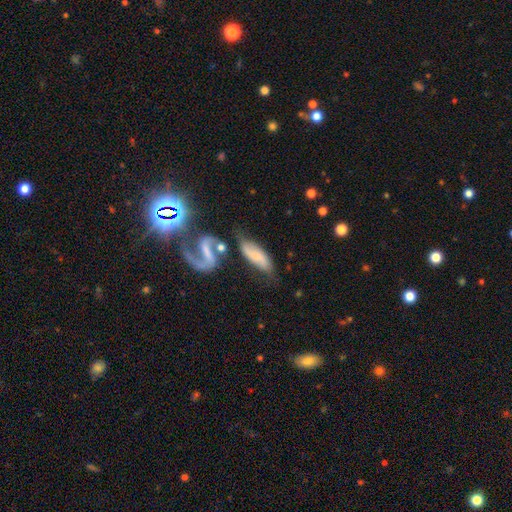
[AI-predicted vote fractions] smooth_or_featured: smooth (p=0.50) [alt: featured or disk p=0.42]
how_rounded: in between (p=0.61) [alt: cigar-shaped p=0.35]
merging: none (p=0.44) [alt: merger p=0.23]